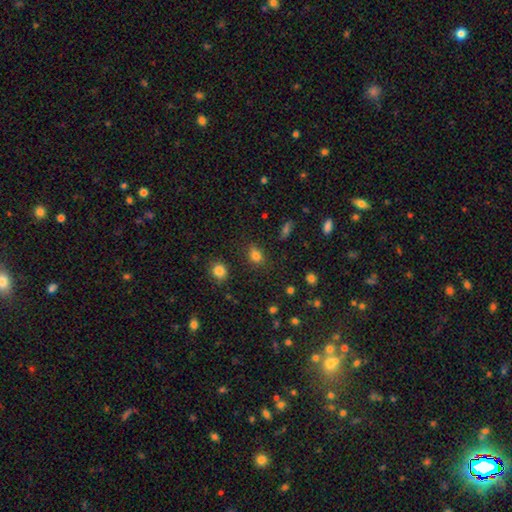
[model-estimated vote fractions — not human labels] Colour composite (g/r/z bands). It shows a smooth galaxy with no disk features (78%) that is in between round and cigar-shaped (59%). Merging: none (74%).